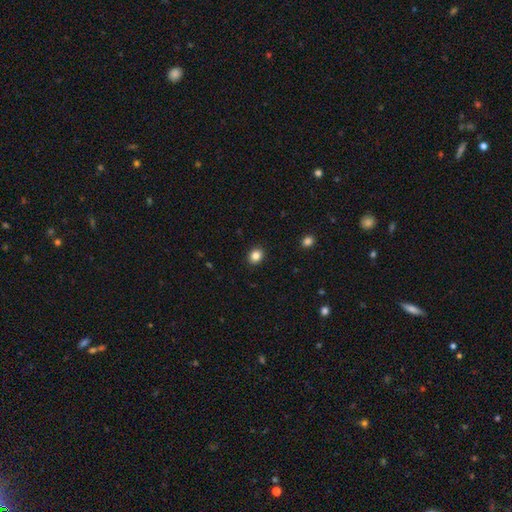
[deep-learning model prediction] Smooth or featured?
  - smooth: 85% *
  - star or artifact: 10%
  - featured or disk: 5%
How rounded?
  - round: 65% *
  - in between: 34%
  - cigar-shaped: 1%
Merging?
  - none: 91% *
  - minor disturbance: 6%
  - major disturbance: 2%
  - merger: 1%